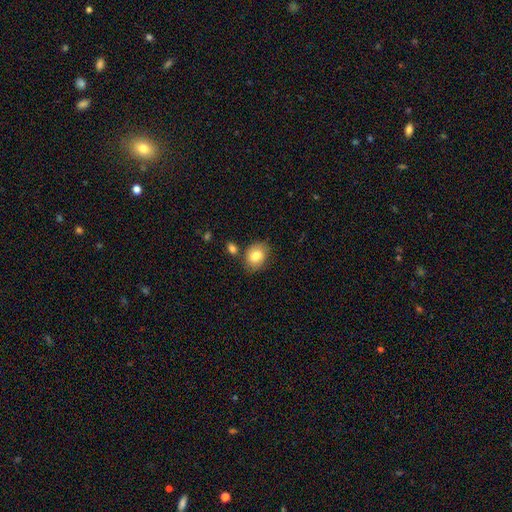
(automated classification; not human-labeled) Smooth or featured? smooth (81%)
How rounded? in between (67%)
Merging? none (74%)